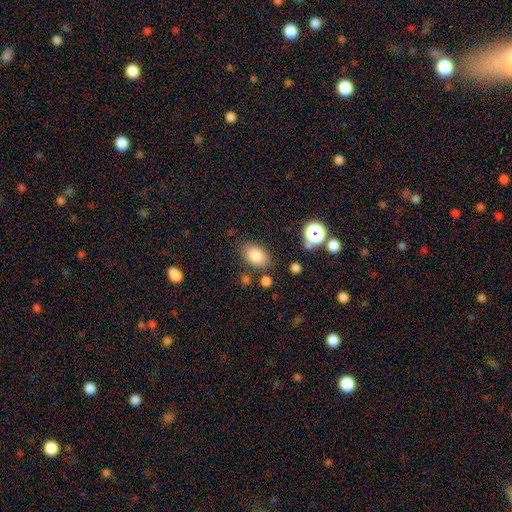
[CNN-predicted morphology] Smooth or featured? Predicted: smooth (p=0.82). How rounded? Predicted: in between (p=0.83). Merging? Predicted: none (p=0.80).